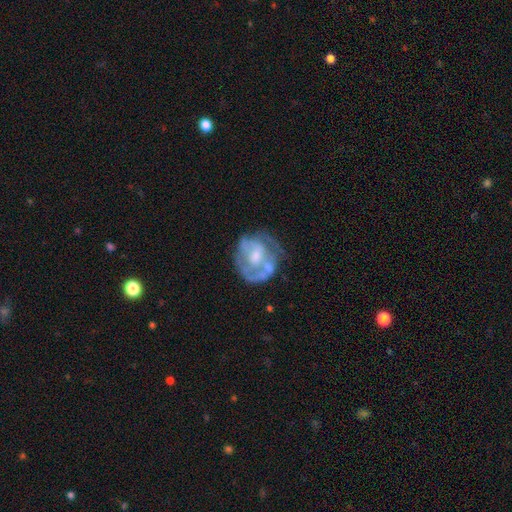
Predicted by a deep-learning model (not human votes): smooth-or-featured: featured or disk: 67% | smooth: 25% | star or artifact: 8%
  disk-edge-on: no: 97% | yes: 3%
    bar: no: 63% | weak: 29% | strong: 8%
    has-spiral-arms: no: 56% | yes: 44%
    bulge-size: moderate: 50% | small: 29% | none: 11% | large: 8% | dominant: 1%
  merging: none: 46% | minor disturbance: 23% | major disturbance: 21% | merger: 11%